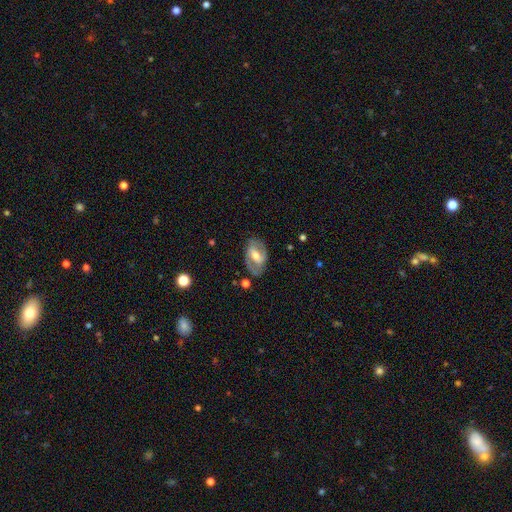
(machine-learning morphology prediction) The model was most divided on "bar": strong: 41%, weak: 40%, no: 19%. More confident: edge-on disk — no (93%); merging — none (75%); spiral arms — yes (69%); smooth or featured — featured or disk (69%); bulge size — moderate (64%).